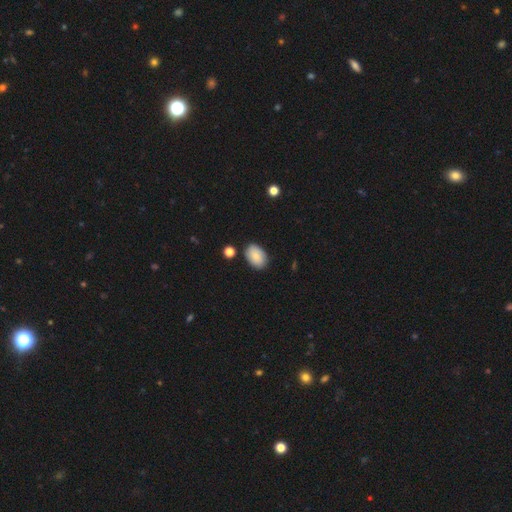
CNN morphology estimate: smooth-or-featured: smooth: 84% | featured or disk: 9% | star or artifact: 7%
  how-rounded: in between: 87% | round: 12% | cigar-shaped: 1%
  merging: none: 82% | minor disturbance: 12% | merger: 3% | major disturbance: 3%